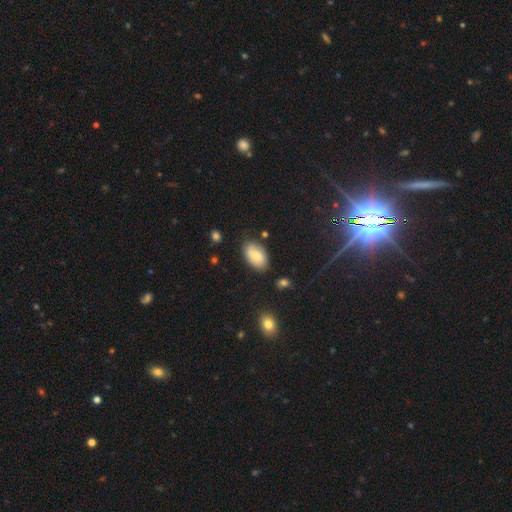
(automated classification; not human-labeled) smooth 69%, featured or disk 23%, star or artifact 8%. Down the decision tree: how rounded — in between (92%); merging — none (76%).